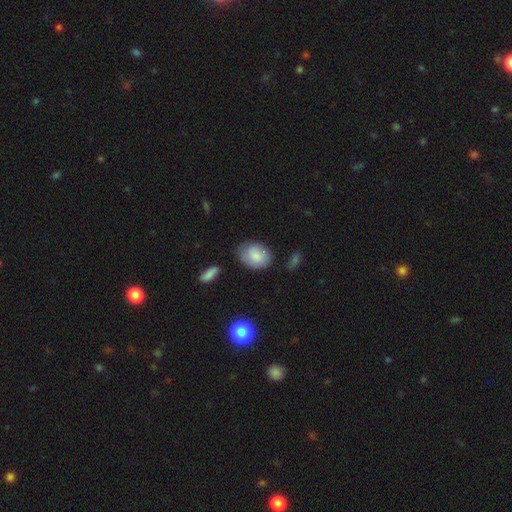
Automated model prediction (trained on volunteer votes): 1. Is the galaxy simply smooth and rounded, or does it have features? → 82% smooth, 11% featured or disk, 7% star or artifact.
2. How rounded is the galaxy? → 71% in between, 27% round, 1% cigar-shaped.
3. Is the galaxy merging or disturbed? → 70% none, 22% minor disturbance, 5% major disturbance, 3% merger.